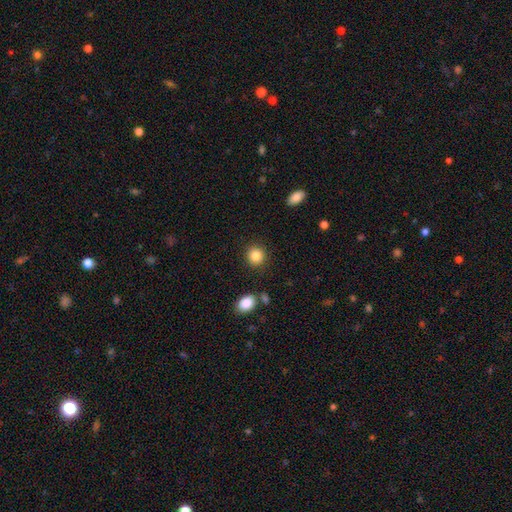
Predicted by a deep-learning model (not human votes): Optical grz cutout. It shows a smooth galaxy with no disk features (86%) that is round (87%). Merging: none (88%).